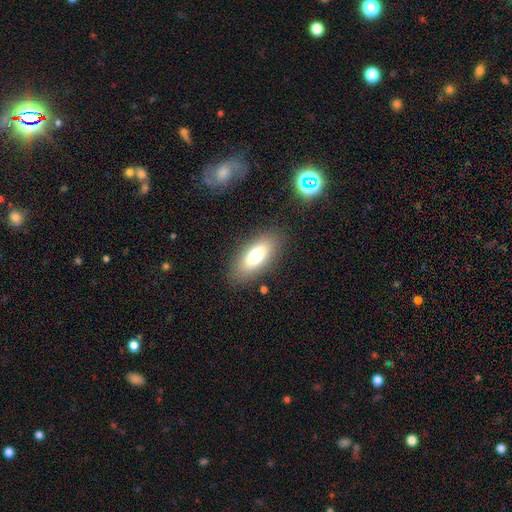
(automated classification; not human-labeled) A smooth galaxy with no disk features (73%) that is in between round and cigar-shaped (82%). Merging: none (84%).